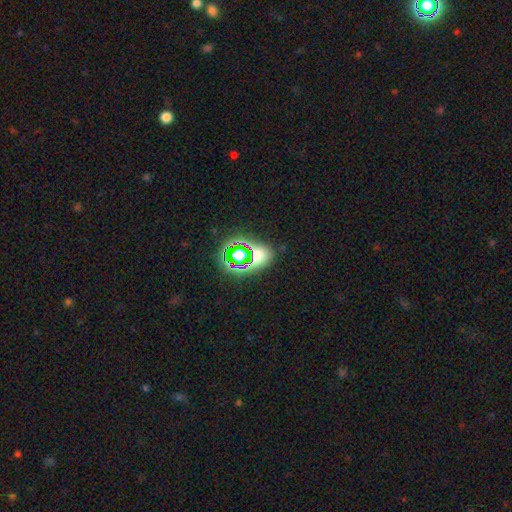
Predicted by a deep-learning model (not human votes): Overall: star or artifact (46%; smooth 43%).